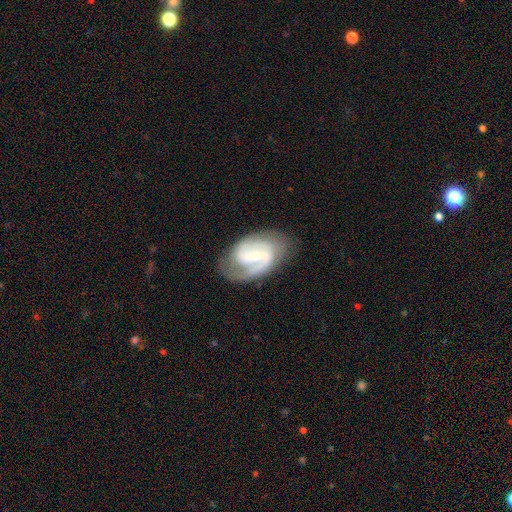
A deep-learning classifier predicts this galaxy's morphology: Smooth or featured? Predicted: featured or disk (p=0.86). Edge-on disk? Predicted: no (p=0.97). Bar? Predicted: weak (p=0.48). Spiral arms? Predicted: yes (p=0.96). Spiral winding? Predicted: medium (p=0.51). Spiral arm count? Predicted: 2 (p=0.78). Bulge size? Predicted: small (p=0.64). Merging? Predicted: none (p=0.72).